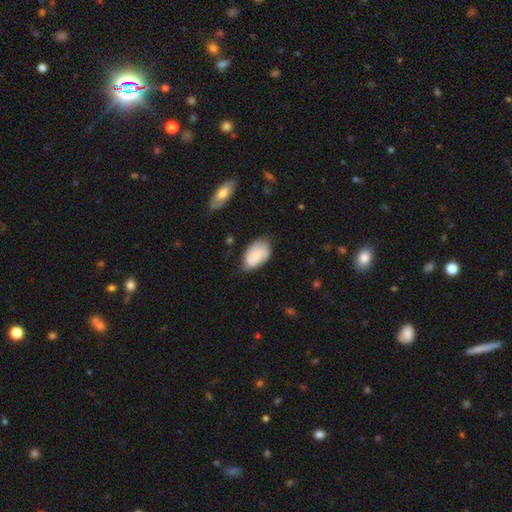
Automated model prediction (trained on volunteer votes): smooth-or-featured: smooth: 47% | featured or disk: 46% | star or artifact: 7%
  merging: none: 64% | minor disturbance: 27% | major disturbance: 7% | merger: 2%